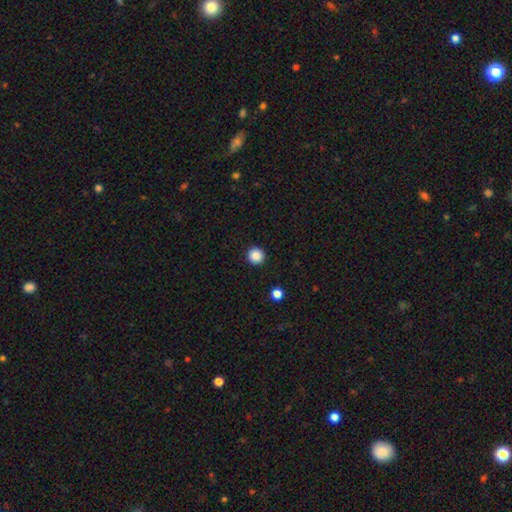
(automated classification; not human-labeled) The model was most divided on "smooth or featured": smooth: 87%, star or artifact: 10%, featured or disk: 2%. More confident: how rounded — round (96%); merging — none (94%).